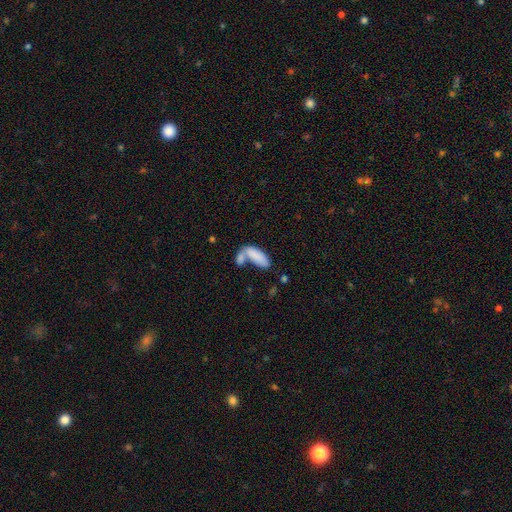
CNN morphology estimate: A smooth galaxy with no disk features (81%) that is in between round and cigar-shaped (75%).

Vote fractions:
- Smooth or featured? smooth: 81% / featured or disk: 12% / star or artifact: 7%
- How rounded? in between: 75% / cigar-shaped: 23% / round: 2%
- Merging? merger: 54% / none: 27% / minor disturbance: 11% / major disturbance: 8%